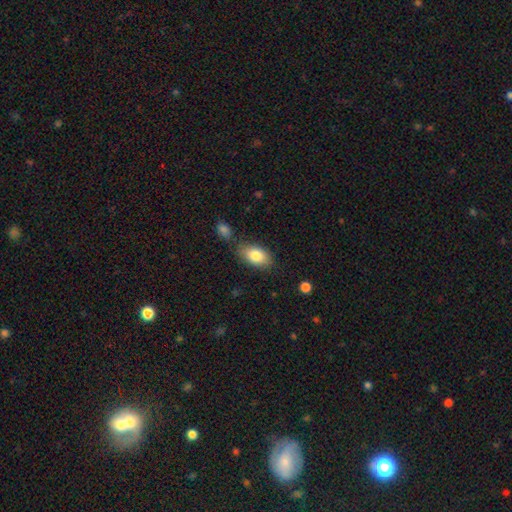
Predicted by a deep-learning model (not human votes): This is clearly a smooth galaxy (82%). How rounded: clearly in between (91%). Merging: likely none (73%).